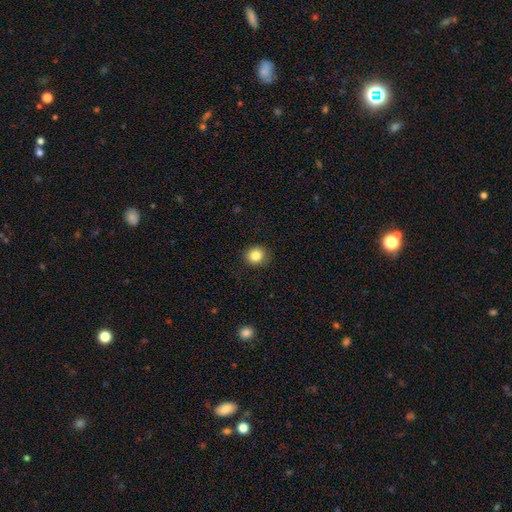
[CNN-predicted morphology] A smooth galaxy with no disk features (84%) that is round (87%).

Vote fractions:
- Smooth or featured? smooth: 84% / star or artifact: 10% / featured or disk: 6%
- How rounded? round: 87% / in between: 12% / cigar-shaped: 1%
- Merging? none: 90% / minor disturbance: 7% / major disturbance: 2% / merger: 1%